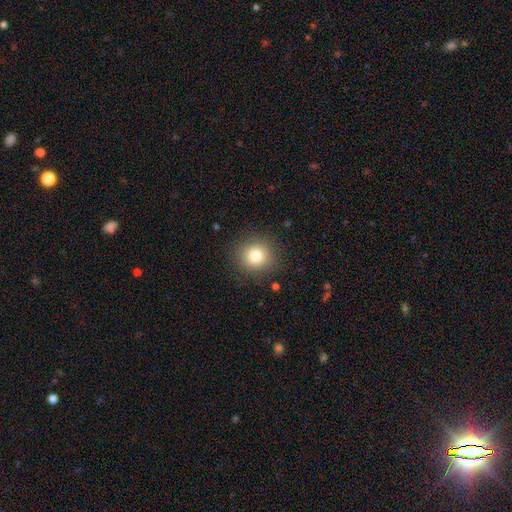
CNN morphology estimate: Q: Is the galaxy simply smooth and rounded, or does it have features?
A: smooth — 81%.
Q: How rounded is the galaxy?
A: round — 90%.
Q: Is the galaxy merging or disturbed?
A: none — 89%.